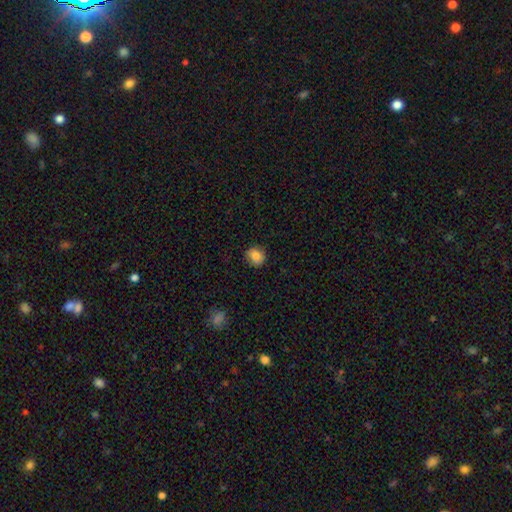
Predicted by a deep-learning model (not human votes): The model was most divided on "how rounded": round: 77%, in between: 23%, cigar-shaped: 1%. More confident: smooth or featured — smooth (85%); merging — none (83%).